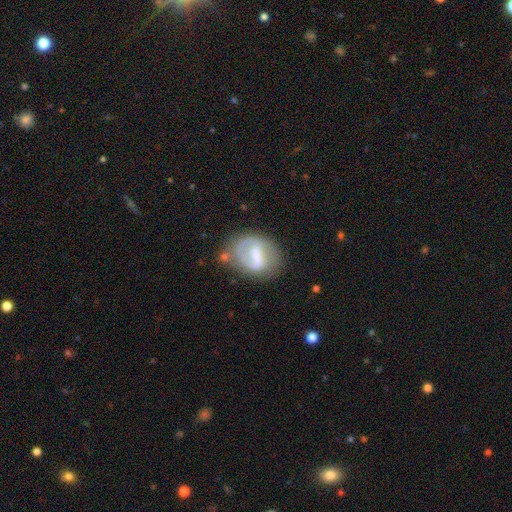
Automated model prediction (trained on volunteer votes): smooth_or_featured: featured or disk (p=0.60) [alt: smooth p=0.33]
disk_edge_on: no (p=0.96) [alt: yes p=0.04]
bar: strong (p=0.45) [alt: weak p=0.42]
has_spiral_arms: yes (p=0.59) [alt: no p=0.41]
bulge_size: moderate (p=0.38) [alt: small p=0.33]
merging: none (p=0.53) [alt: minor disturbance p=0.25]